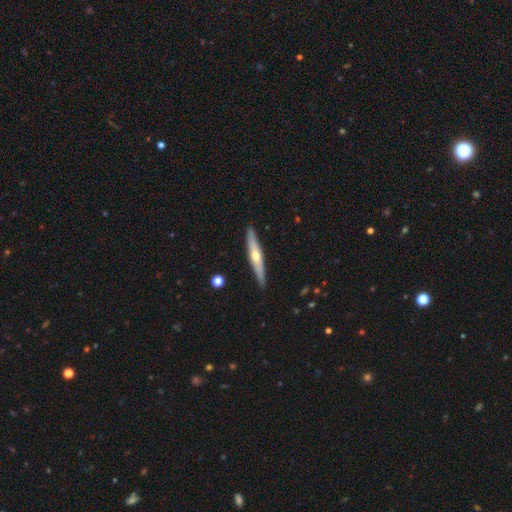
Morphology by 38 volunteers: Overall: featured or disk (68%). Edge-on disk: yes (92%). Edge-on bulge: rounded (88%). Merging: none (97%).